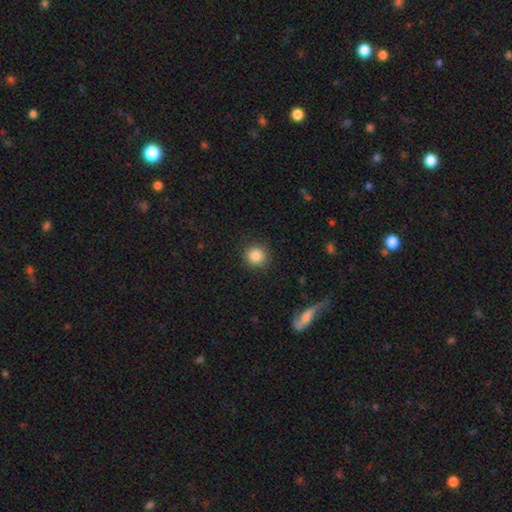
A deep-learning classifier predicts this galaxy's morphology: Smooth or featured? smooth (86%)
How rounded? round (92%)
Merging? none (90%)